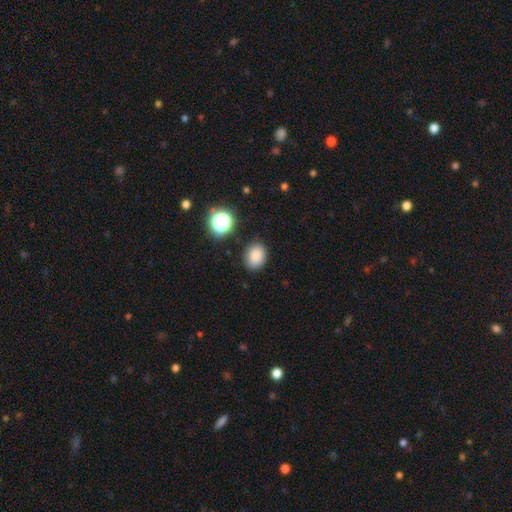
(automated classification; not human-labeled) Q: Smooth or featured?
A: smooth (84%); runner-up: star or artifact (12%)
Q: How rounded?
A: in between (58%); runner-up: round (41%)
Q: Merging?
A: none (84%); runner-up: minor disturbance (11%)